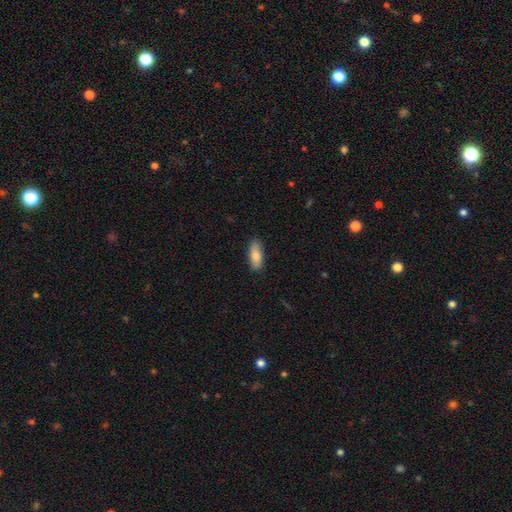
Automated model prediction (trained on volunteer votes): Morphology: type=smooth (82%); roundness=in between (72%); merging=none (85%).